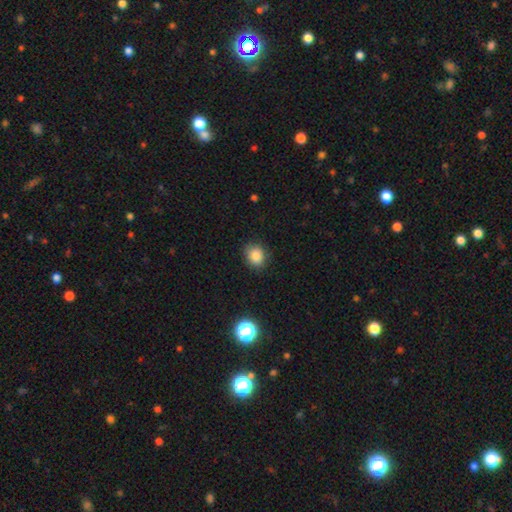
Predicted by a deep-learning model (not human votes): This is clearly a smooth galaxy (85%). How rounded: possibly round (59%). Merging: clearly none (85%).